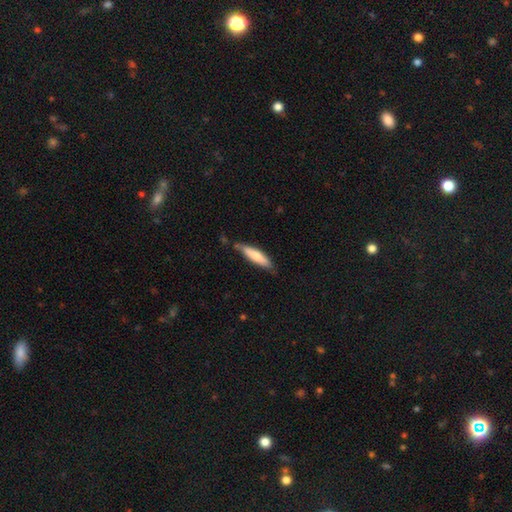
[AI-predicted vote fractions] Q: Smooth or featured?
A: smooth (71%); runner-up: featured or disk (24%)
Q: How rounded?
A: cigar-shaped (77%); runner-up: in between (22%)
Q: Merging?
A: none (69%); runner-up: minor disturbance (24%)